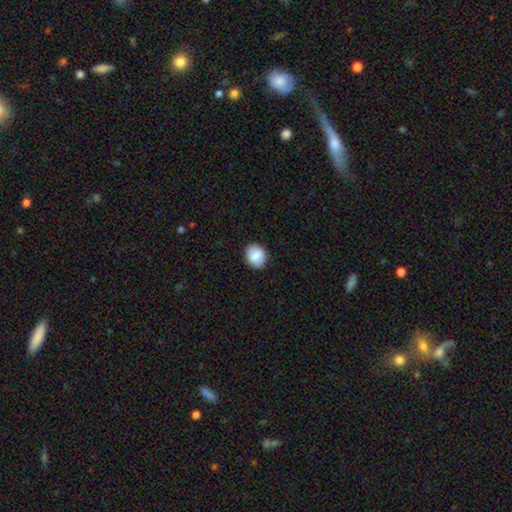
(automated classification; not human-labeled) Overall: smooth (84%). How rounded: round (60%; in between 39%). Merging: none (88%).